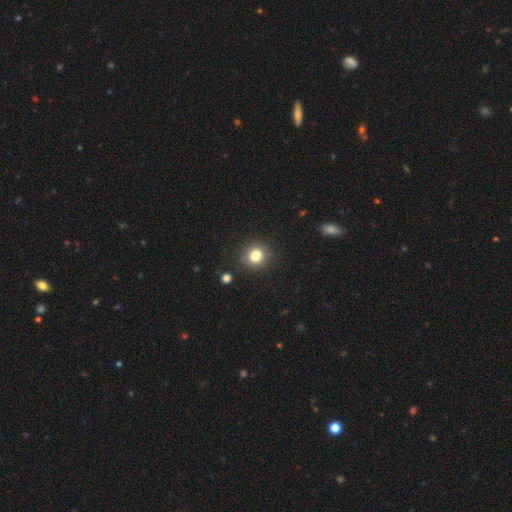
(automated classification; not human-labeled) The model was most divided on "smooth or featured": smooth: 82%, star or artifact: 12%, featured or disk: 6%. More confident: merging — none (88%); how rounded — round (88%).